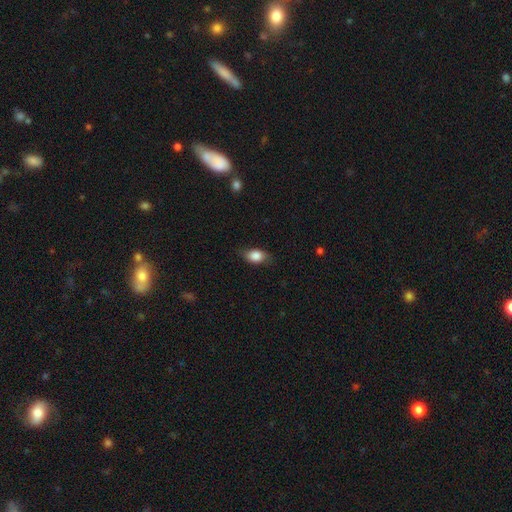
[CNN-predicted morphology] Overall: smooth (83%). How rounded: in between (83%). Merging: none (77%).